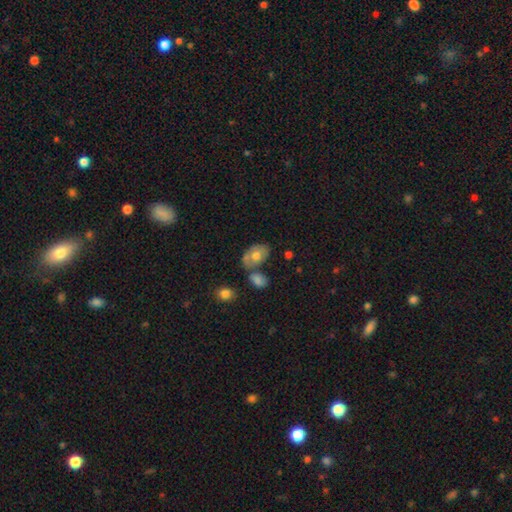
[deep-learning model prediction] Smooth or featured: smooth — 63% (featured or disk — 30%)
How rounded: in between — 86% (round — 13%)
Merging: none — 45% (merger — 28%)